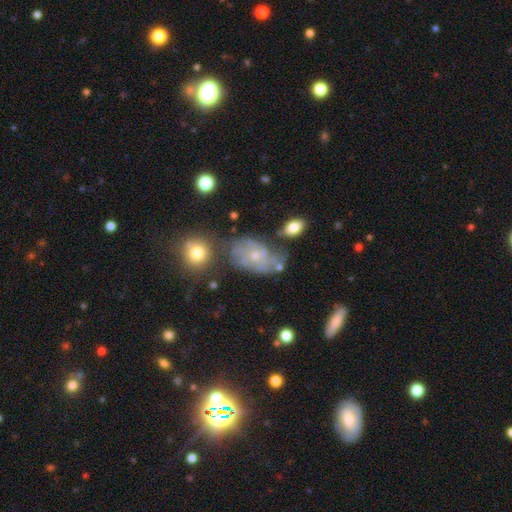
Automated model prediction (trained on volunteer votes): The model was most divided on "spiral winding": tight: 47%, medium: 37%, loose: 16%. Remaining: edge-on disk — no (96%); spiral arms — yes (79%); bar — no (78%); bulge size — small (72%); smooth or featured — featured or disk (67%); merging — none (50%); spiral arm count — can't tell (49%).